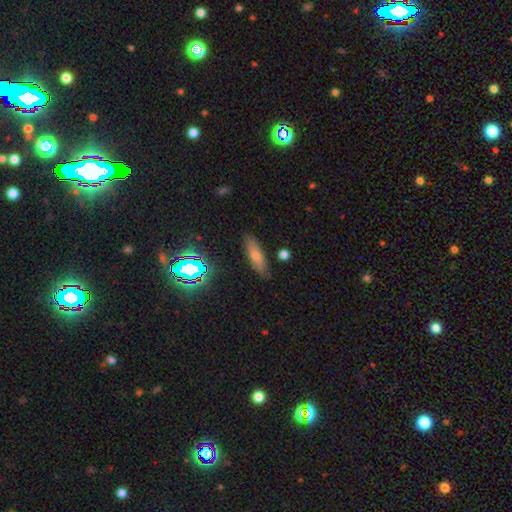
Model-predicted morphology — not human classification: Smooth or featured: smooth — 60% (featured or disk — 23%)
How rounded: in between — 52% (cigar-shaped — 44%)
Merging: none — 82% (minor disturbance — 13%)